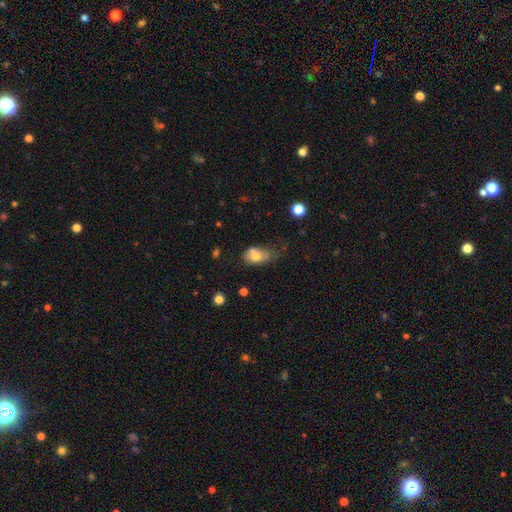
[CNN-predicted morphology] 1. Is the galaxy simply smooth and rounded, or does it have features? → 69% smooth, 21% featured or disk, 10% star or artifact.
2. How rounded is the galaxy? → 80% in between, 17% round, 2% cigar-shaped.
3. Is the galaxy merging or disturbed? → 32% minor disturbance, 27% none, 21% major disturbance, 20% merger.